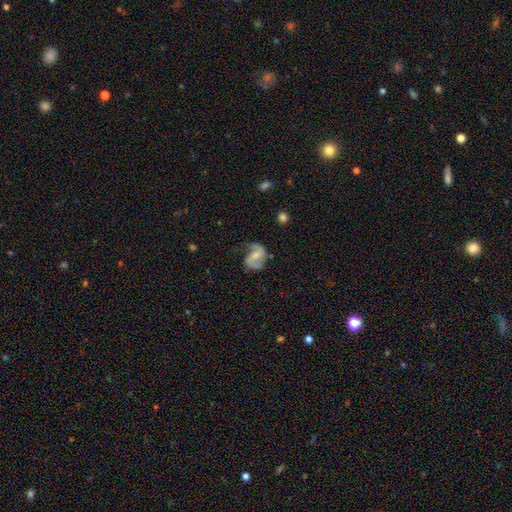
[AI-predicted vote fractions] A featured or disk galaxy (80%) with a weak bar (47%), 2 (86%) medium (44%, tied with loose) spiral arms (94%) and a small central bulge (43%, tied with moderate). Merging: none (60%).